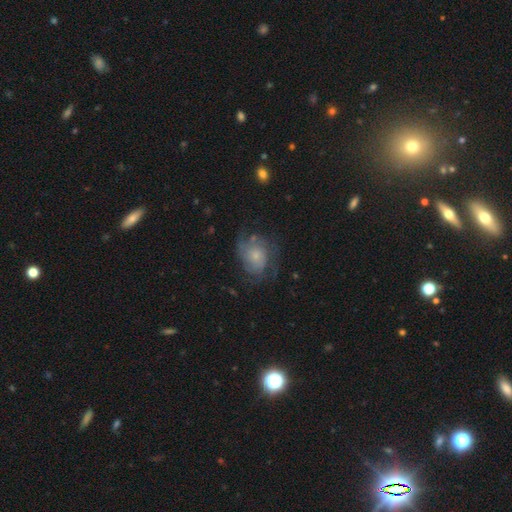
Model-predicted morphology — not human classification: smooth-or-featured: featured or disk: 59% | smooth: 32% | star or artifact: 9%
  disk-edge-on: no: 97% | yes: 3%
    bar: no: 79% | weak: 18% | strong: 3%
    has-spiral-arms: yes: 81% | no: 19%
    bulge-size: small: 54% | moderate: 30% | none: 8% | large: 6% | dominant: 2%
  merging: none: 54% | minor disturbance: 24% | major disturbance: 20% | merger: 2%